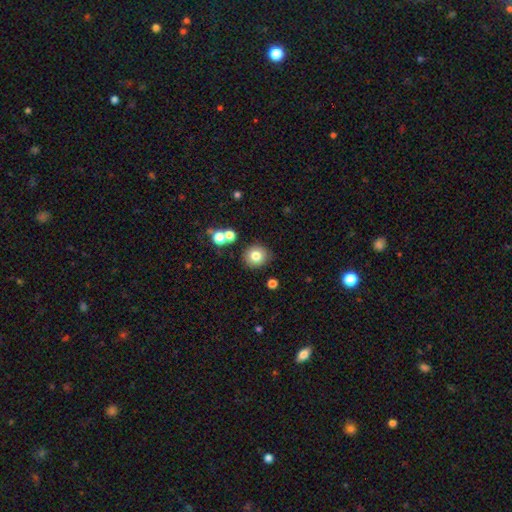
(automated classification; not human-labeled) Smooth or featured? Predicted: smooth (p=0.79). How rounded? Predicted: round (p=0.89). Merging? Predicted: none (p=0.84).